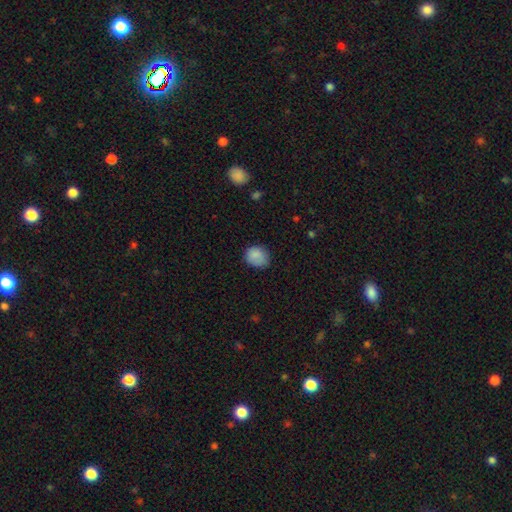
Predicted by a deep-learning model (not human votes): smooth-or-featured: smooth: 85% | star or artifact: 9% | featured or disk: 6%
  how-rounded: round: 70% | in between: 29% | cigar-shaped: 1%
  merging: none: 70% | minor disturbance: 23% | major disturbance: 5% | merger: 1%